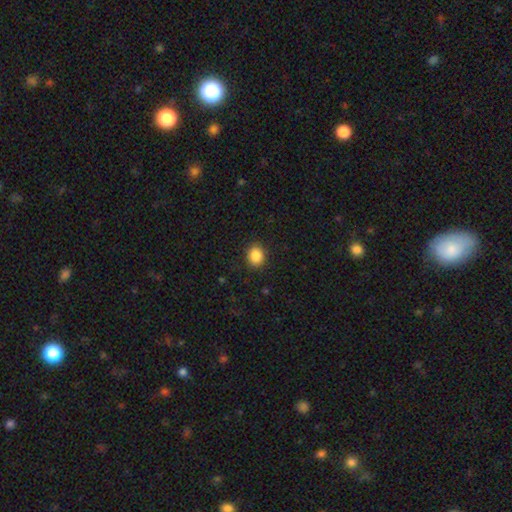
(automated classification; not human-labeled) smooth-or-featured: smooth: 87% | star or artifact: 9% | featured or disk: 4%
  how-rounded: round: 59% | in between: 40% | cigar-shaped: 1%
  merging: none: 90% | minor disturbance: 7% | major disturbance: 2% | merger: 1%